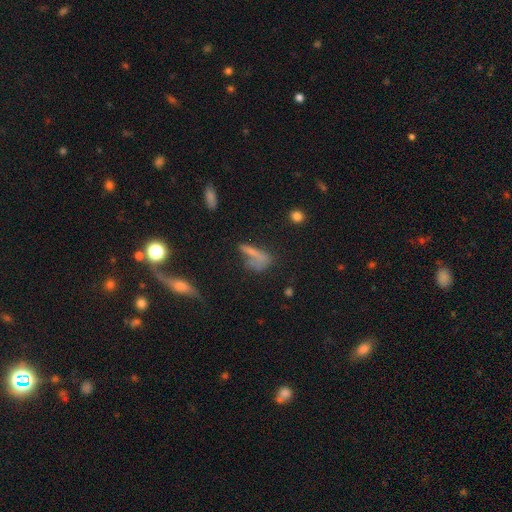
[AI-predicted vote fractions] Overall: smooth (58%; featured or disk 24%). How rounded: cigar-shaped (46%; in between 41%). Merging: none (40%; major disturbance 23%).